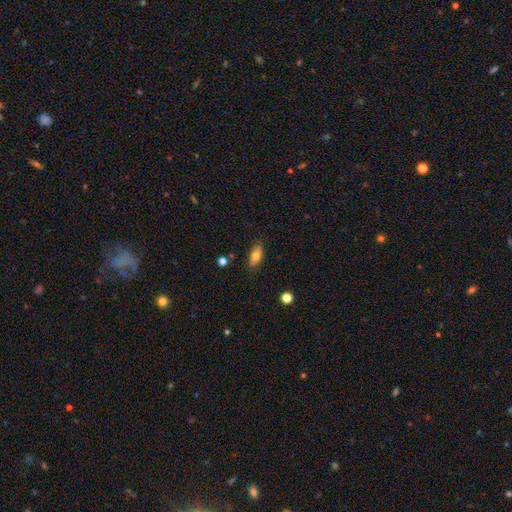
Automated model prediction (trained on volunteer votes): smooth-or-featured: smooth: 73% | featured or disk: 20% | star or artifact: 8%
  how-rounded: in between: 76% | cigar-shaped: 20% | round: 4%
  merging: none: 85% | minor disturbance: 11% | major disturbance: 2% | merger: 2%